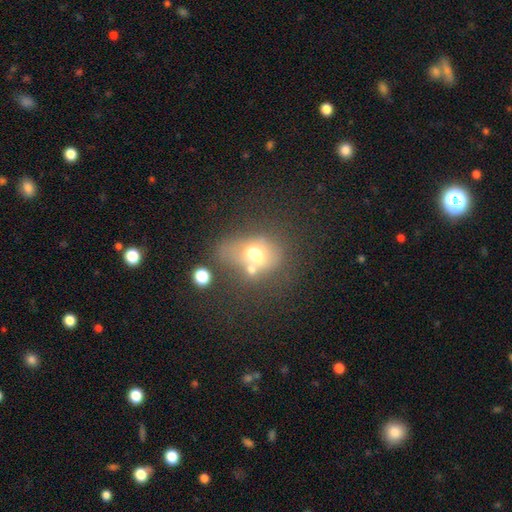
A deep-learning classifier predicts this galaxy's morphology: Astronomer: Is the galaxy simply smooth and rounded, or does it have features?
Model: smooth — 60%.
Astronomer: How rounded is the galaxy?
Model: in between — 61% (runner-up: round, 38%).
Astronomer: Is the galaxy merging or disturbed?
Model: merger — 39% (runner-up: none, 29%).